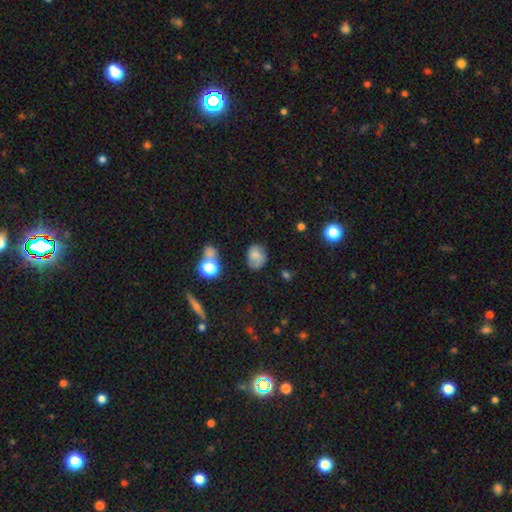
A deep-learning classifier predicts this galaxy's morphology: smooth-or-featured: smooth: 73% | featured or disk: 15% | star or artifact: 12%
  how-rounded: in between: 54% | round: 45% | cigar-shaped: 1%
  merging: none: 57% | minor disturbance: 27% | major disturbance: 10% | merger: 5%